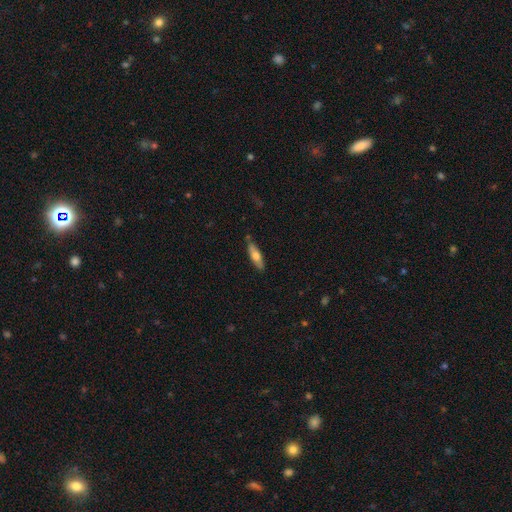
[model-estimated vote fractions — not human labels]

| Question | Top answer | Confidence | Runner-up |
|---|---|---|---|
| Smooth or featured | smooth | 58% | featured or disk (36%) |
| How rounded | cigar-shaped | 60% | in between (38%) |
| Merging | none | 81% | minor disturbance (14%) |